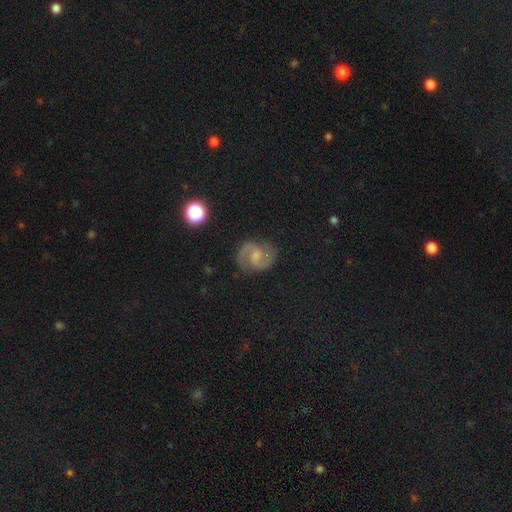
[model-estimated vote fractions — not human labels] smooth_or_featured: featured or disk (p=0.84) [alt: smooth p=0.09]
disk_edge_on: no (p=0.98) [alt: yes p=0.02]
bar: weak (p=0.54) [alt: no p=0.35]
has_spiral_arms: yes (p=0.97) [alt: no p=0.03]
spiral_winding: medium (p=0.62) [alt: tight p=0.21]
spiral_arm_count: 2 (p=0.93) [alt: can't tell p=0.03]
bulge_size: moderate (p=0.36) [alt: small p=0.34]
merging: none (p=0.82) [alt: minor disturbance p=0.13]